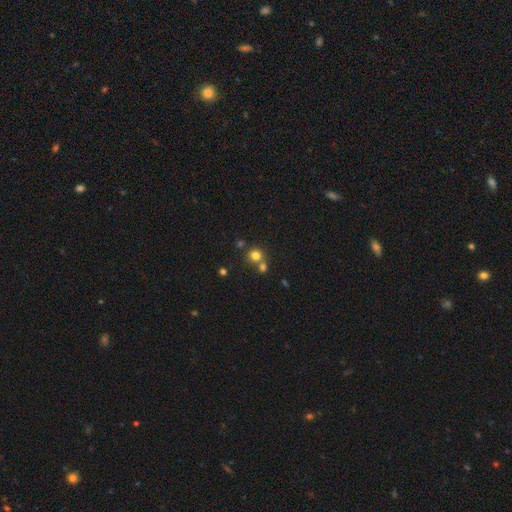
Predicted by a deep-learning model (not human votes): Smooth or featured?
  - smooth: 77% *
  - star or artifact: 15%
  - featured or disk: 8%
How rounded?
  - round: 87% *
  - in between: 12%
  - cigar-shaped: 1%
Merging?
  - none: 59% *
  - merger: 31%
  - minor disturbance: 7%
  - major disturbance: 3%